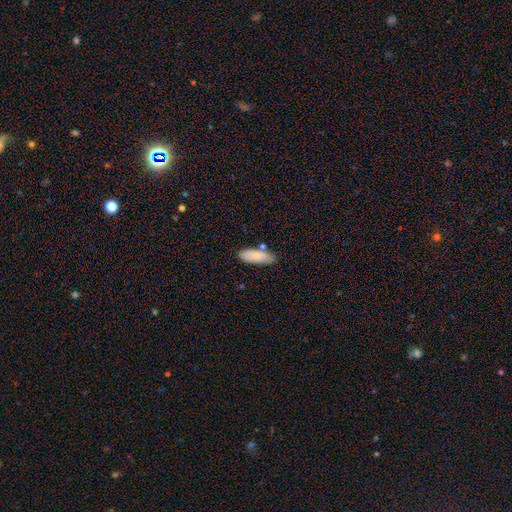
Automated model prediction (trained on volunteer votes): Overall: smooth (82%). How rounded: in between (71%). Merging: none (76%).